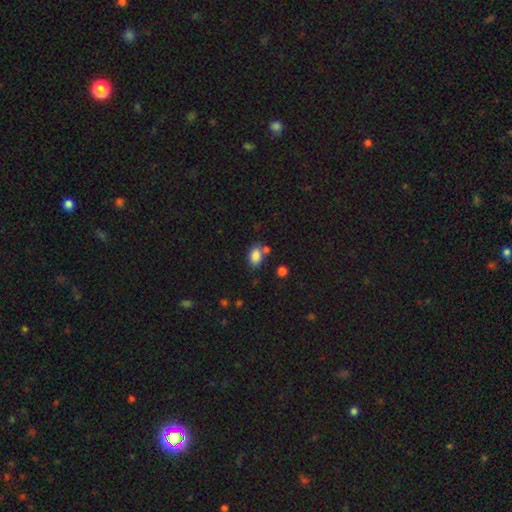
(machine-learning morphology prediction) The model was most divided on "merging": none: 64%, merger: 17%, minor disturbance: 15%, major disturbance: 4%. More confident: smooth or featured — smooth (85%); how rounded — in between (80%).